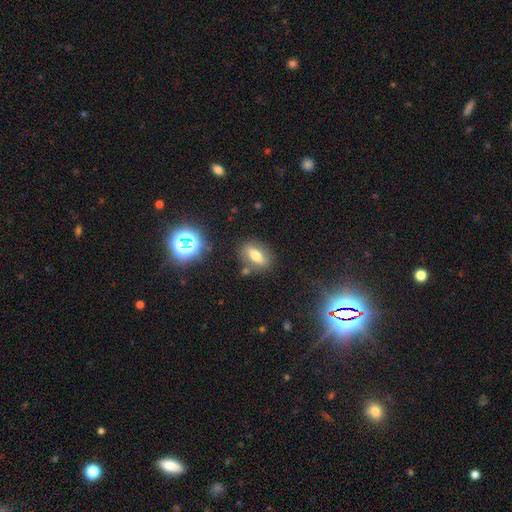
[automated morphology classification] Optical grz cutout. It shows a smooth galaxy with no disk features (61%) that is in between round and cigar-shaped (73%). Merging: none (77%).